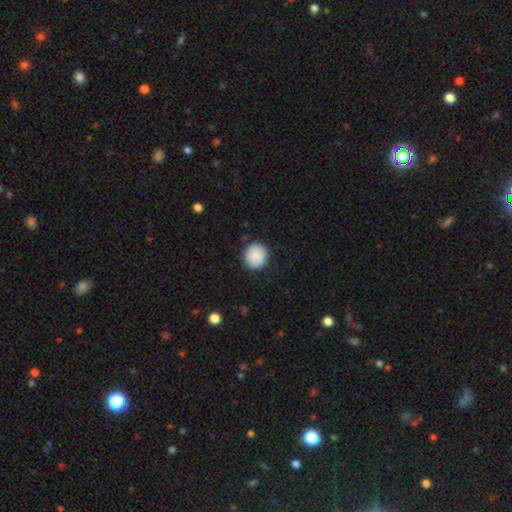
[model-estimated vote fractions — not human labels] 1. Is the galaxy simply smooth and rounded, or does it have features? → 88% smooth, 7% star or artifact, 5% featured or disk.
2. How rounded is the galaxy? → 88% round, 11% in between, 1% cigar-shaped.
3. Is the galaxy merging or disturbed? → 88% none, 9% minor disturbance, 2% major disturbance, 1% merger.